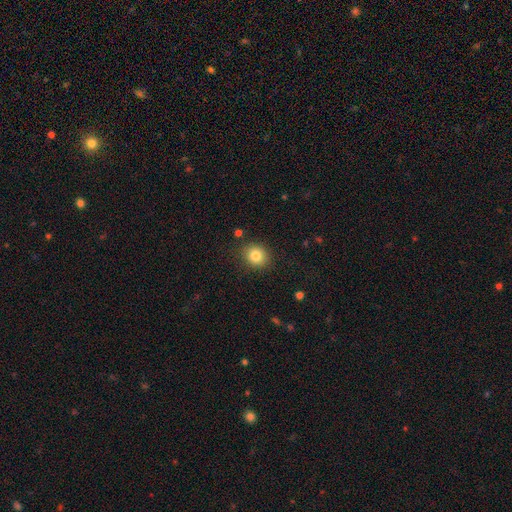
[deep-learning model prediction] This is clearly a smooth galaxy (83%). How rounded: likely round (76%). Merging: clearly none (86%).